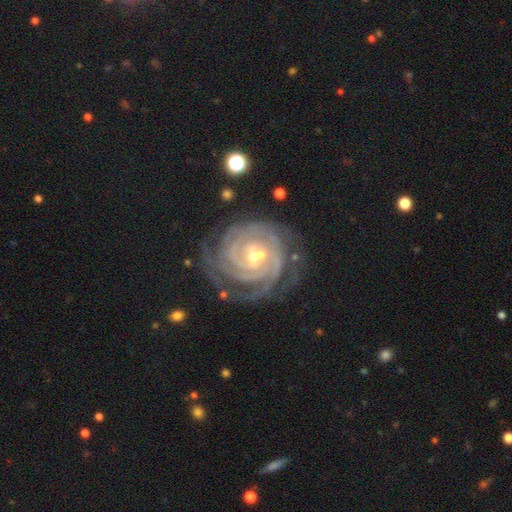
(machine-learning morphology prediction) type=featured or disk (90%); edge-on=no (98%); bar=weak (43%); spiral arms=yes (98%); winding=tight (82%); arm count=4 (27%); bulge=small (60%); merging=none (61%).